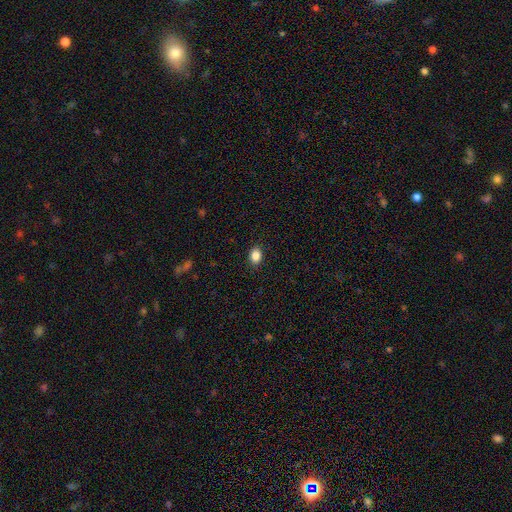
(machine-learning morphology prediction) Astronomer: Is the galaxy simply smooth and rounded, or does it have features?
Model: smooth — 86%.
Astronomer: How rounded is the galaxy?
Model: in between — 67%.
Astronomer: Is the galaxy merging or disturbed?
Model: none — 89%.